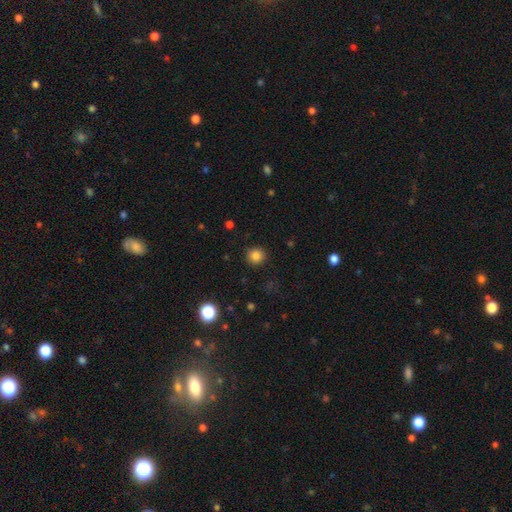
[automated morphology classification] smooth_or_featured: smooth (p=0.84) [alt: star or artifact p=0.12]
how_rounded: round (p=0.92) [alt: in between p=0.07]
merging: none (p=0.90) [alt: minor disturbance p=0.06]